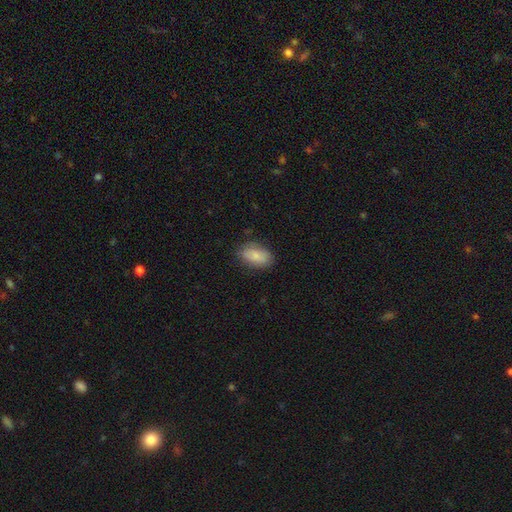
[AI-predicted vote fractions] smooth-or-featured: smooth: 82% | featured or disk: 11% | star or artifact: 7%
  how-rounded: in between: 90% | round: 7% | cigar-shaped: 2%
  merging: none: 77% | minor disturbance: 17% | major disturbance: 4% | merger: 1%